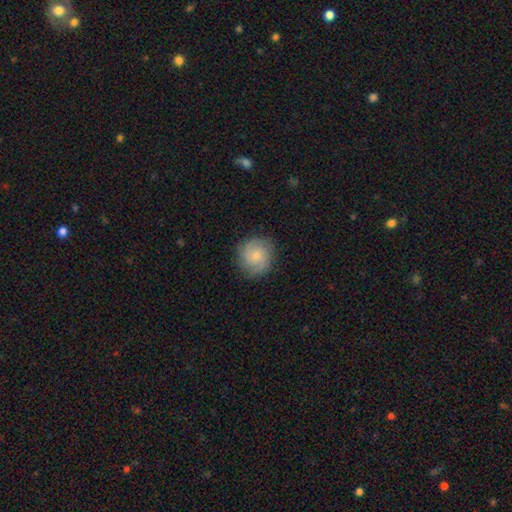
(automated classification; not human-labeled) featured or disk 48%, smooth 44%, star or artifact 8%. Down the decision tree: merging — none (82%).